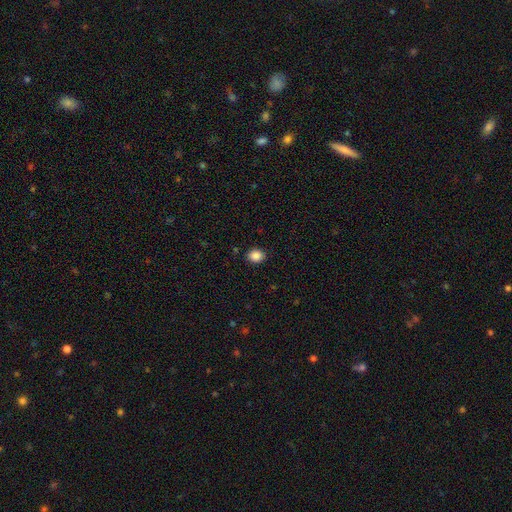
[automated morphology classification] type=smooth (87%); roundness=round (51%); merging=none (89%).